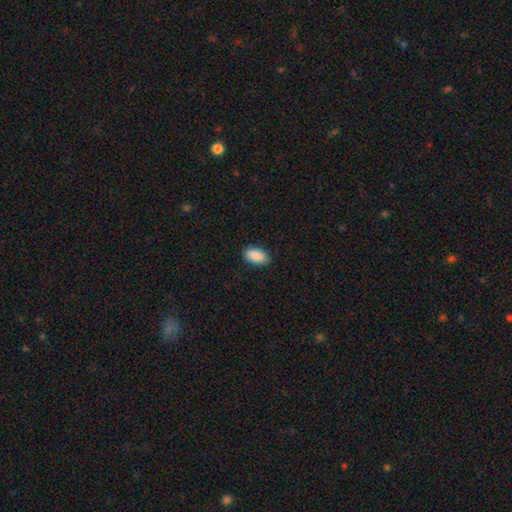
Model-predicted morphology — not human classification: Smooth or featured? Predicted: smooth (p=0.90). How rounded? Predicted: in between (p=0.94). Merging? Predicted: none (p=0.87).